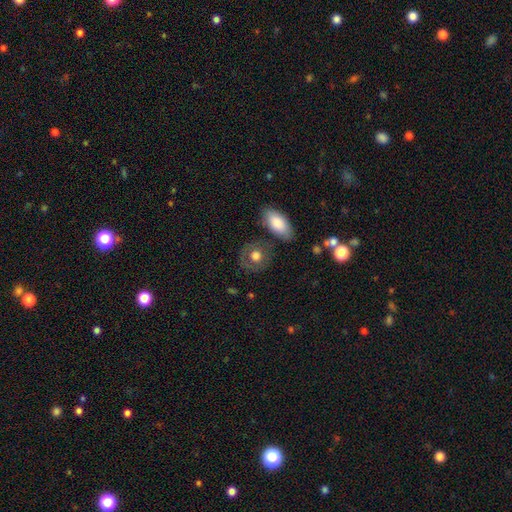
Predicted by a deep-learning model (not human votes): This appears to be a smooth galaxy with no disk features (66%) that is round (77%). Merging: none (75%).